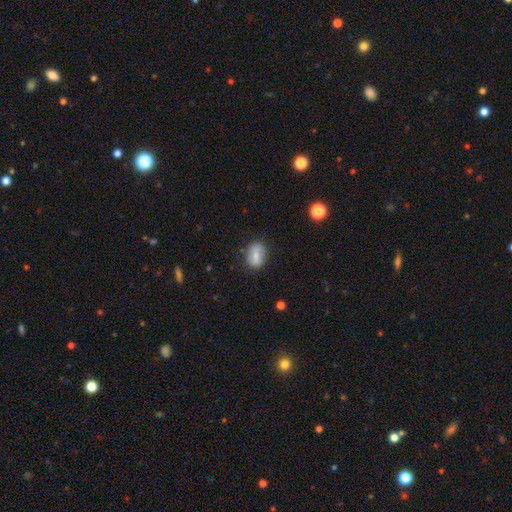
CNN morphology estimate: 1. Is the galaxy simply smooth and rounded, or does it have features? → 72% smooth, 19% featured or disk, 9% star or artifact.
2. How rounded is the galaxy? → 74% in between, 24% round, 2% cigar-shaped.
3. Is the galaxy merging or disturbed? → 74% none, 18% minor disturbance, 5% major disturbance, 2% merger.